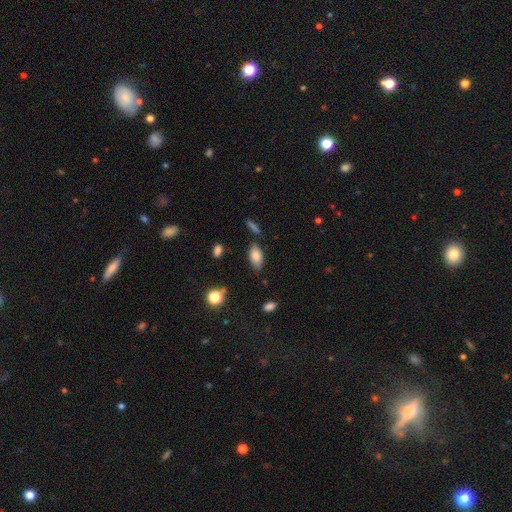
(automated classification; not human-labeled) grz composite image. It shows a smooth galaxy with no disk features (81%) that is in between round and cigar-shaped (91%). Merging: none (78%).